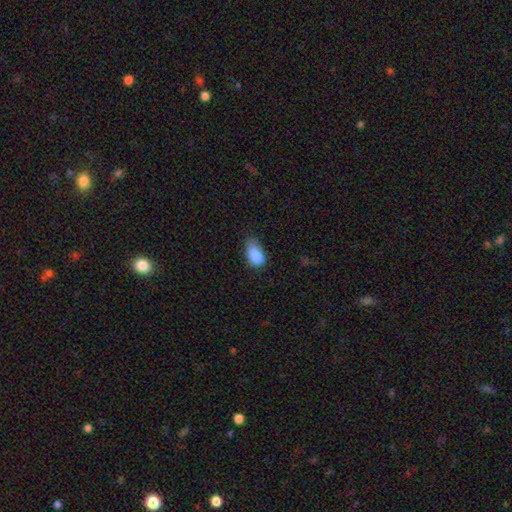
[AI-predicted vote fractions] The model was most divided on "merging": minor disturbance: 43%, none: 37%, major disturbance: 16%, merger: 5%. More confident: how rounded — in between (89%); smooth or featured — smooth (84%).